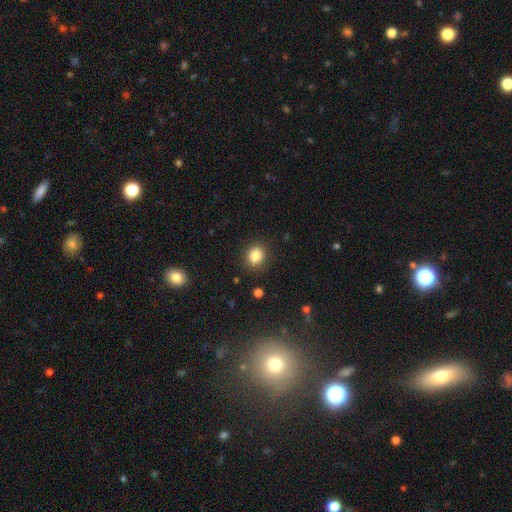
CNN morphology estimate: Smooth or featured? Predicted: smooth (p=0.84). How rounded? Predicted: round (p=0.68). Merging? Predicted: none (p=0.88).